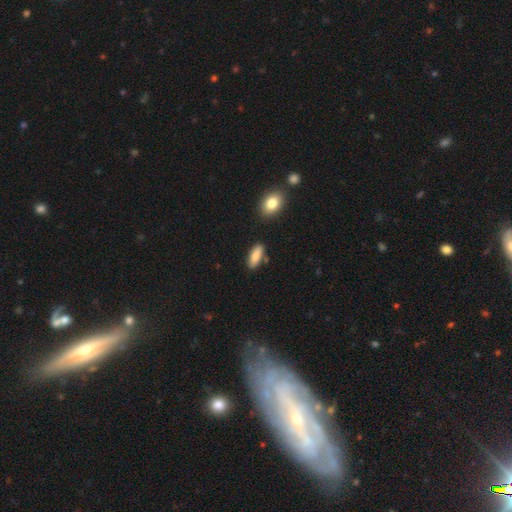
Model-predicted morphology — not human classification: Smooth or featured? Predicted: smooth (p=0.85). How rounded? Predicted: in between (p=0.76). Merging? Predicted: none (p=0.81).